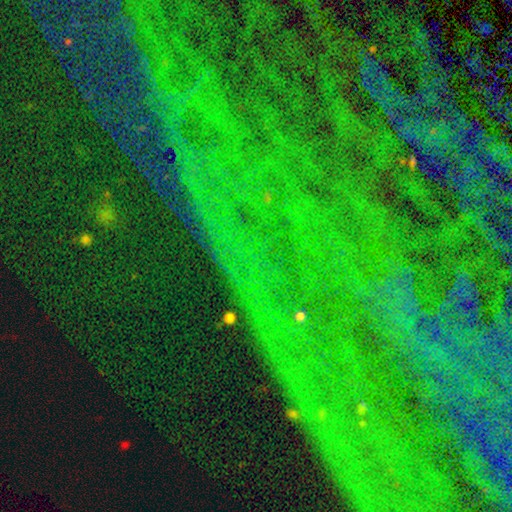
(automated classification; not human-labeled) smooth-or-featured: star or artifact: 84% | featured or disk: 9% | smooth: 8%